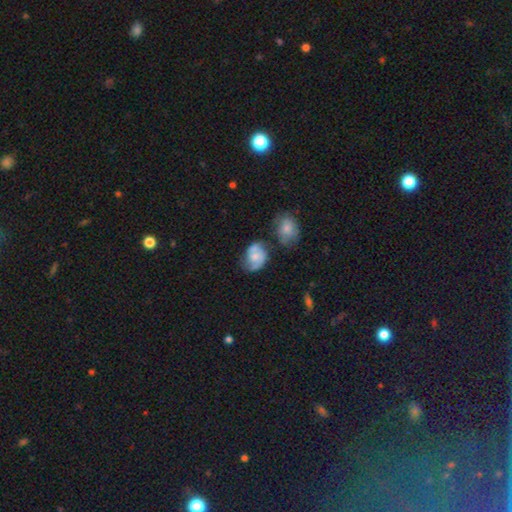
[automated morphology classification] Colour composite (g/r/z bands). It shows a featured or disk galaxy (54%) with no bar (71%), spiral arms (81%) and a moderate central bulge (43%). Merging: none (48%).